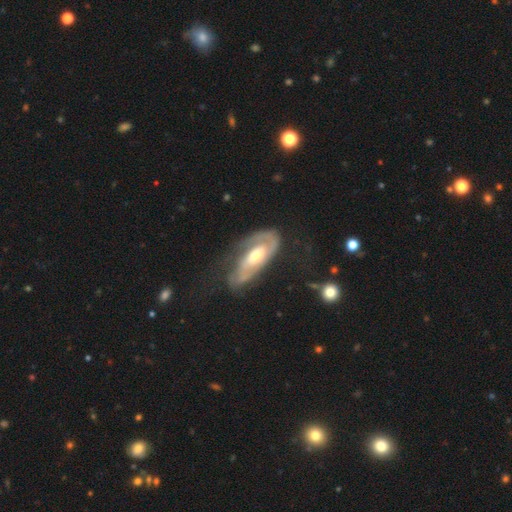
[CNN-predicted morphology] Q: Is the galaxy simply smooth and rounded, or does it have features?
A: featured or disk — 80%.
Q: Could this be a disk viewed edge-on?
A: no — 91%.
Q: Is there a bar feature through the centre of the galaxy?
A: no — 51%.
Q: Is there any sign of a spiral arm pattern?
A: yes — 87%.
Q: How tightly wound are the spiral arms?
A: tight — 49%.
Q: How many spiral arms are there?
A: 2 — 46%.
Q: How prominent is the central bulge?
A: moderate — 67%.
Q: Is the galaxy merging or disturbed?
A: none — 49%.